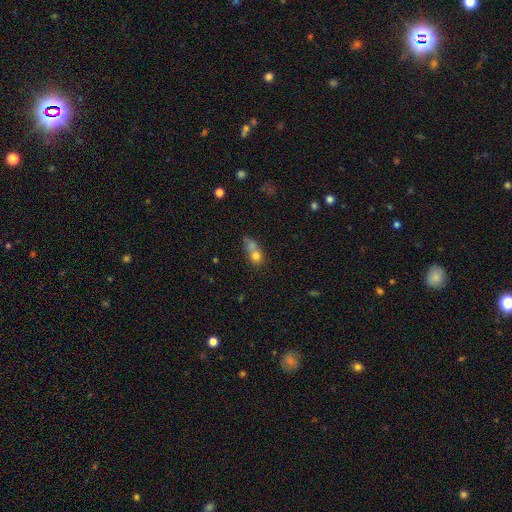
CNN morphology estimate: This appears to be a smooth galaxy with no disk features (71%) that is round (57%). Merging: merger (52%).